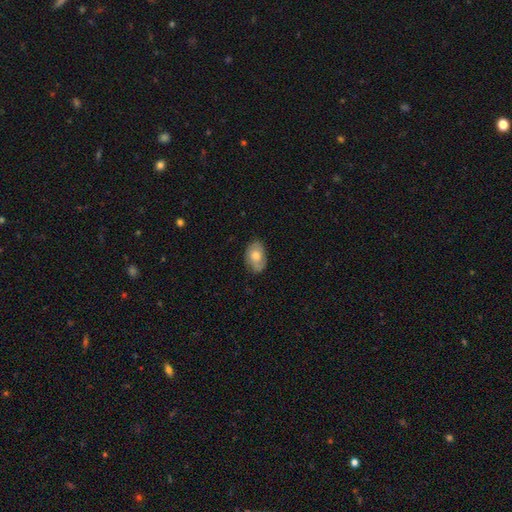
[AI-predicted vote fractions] A smooth galaxy with no disk features (65%) that is in between round and cigar-shaped (88%). Merging: none (77%).